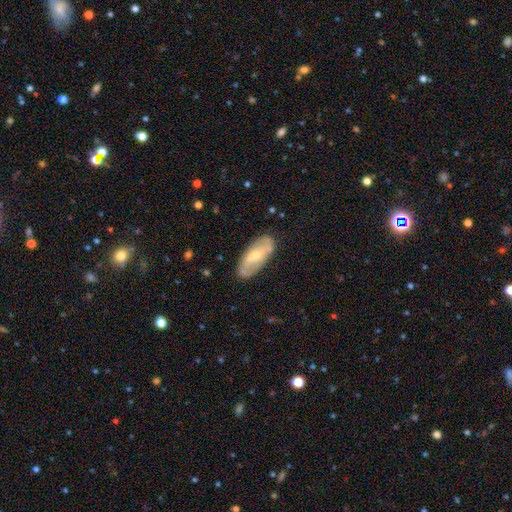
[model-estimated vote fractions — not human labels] This appears to be a featured or disk galaxy (59%) with no bar (41%), spiral arms (68%) and a small central bulge (57%). Merging: none (81%).